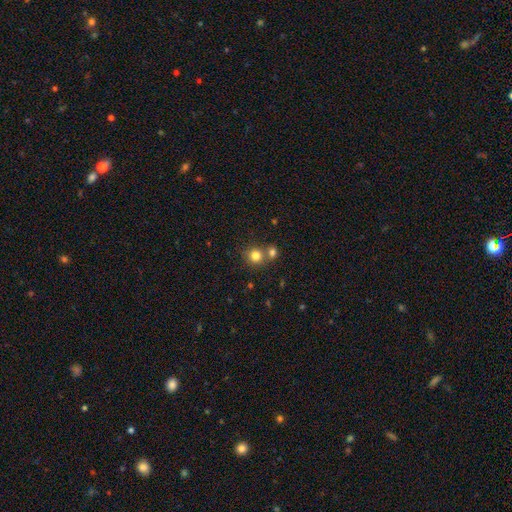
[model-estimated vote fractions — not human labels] Overall: smooth (80%). How rounded: round (87%). Merging: none (56%; merger 34%).